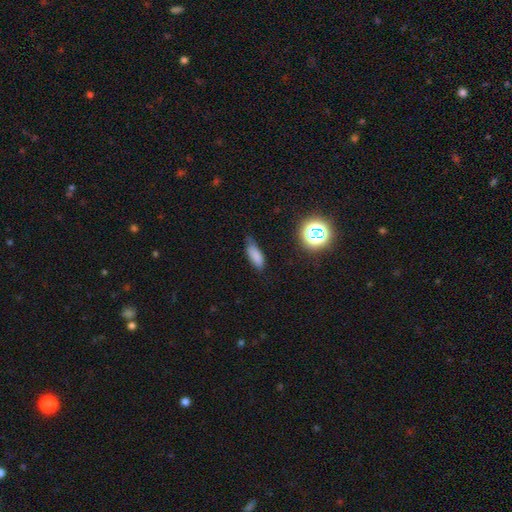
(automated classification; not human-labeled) Q: Smooth or featured?
A: smooth (80%); runner-up: star or artifact (12%)
Q: How rounded?
A: in between (67%); runner-up: cigar-shaped (29%)
Q: Merging?
A: none (60%); runner-up: minor disturbance (31%)